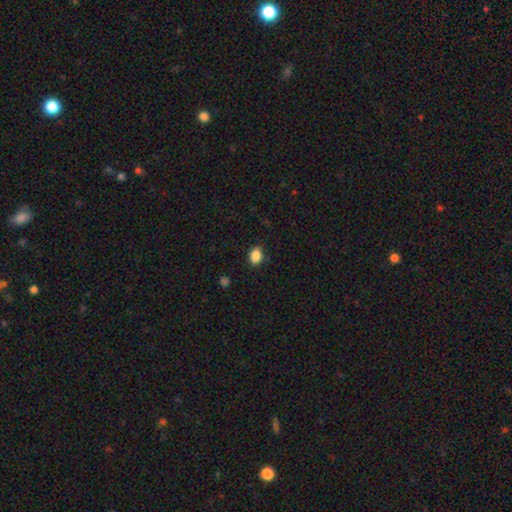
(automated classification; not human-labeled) Smooth or featured: smooth — 87% (star or artifact — 9%)
How rounded: in between — 80% (round — 19%)
Merging: none — 84% (minor disturbance — 12%)